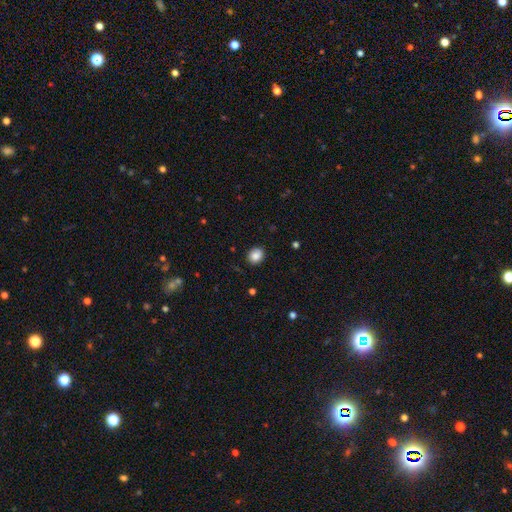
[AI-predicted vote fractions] A smooth galaxy with no disk features (87%) that is round (69%).

Vote fractions:
- Smooth or featured? smooth: 87% / star or artifact: 9% / featured or disk: 4%
- How rounded? round: 69% / in between: 30% / cigar-shaped: 1%
- Merging? none: 90% / minor disturbance: 7% / major disturbance: 2% / merger: 1%